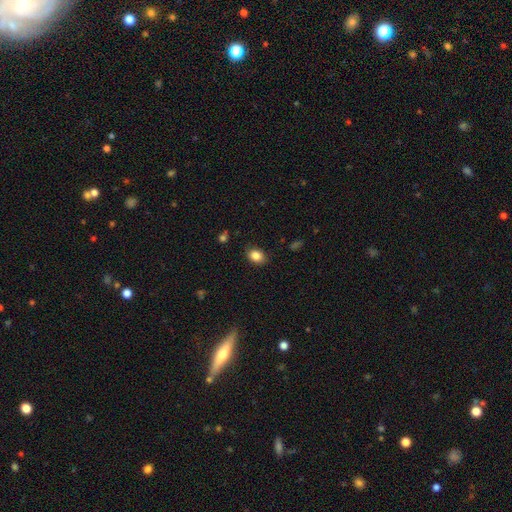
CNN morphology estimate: smooth 86%, star or artifact 9%, featured or disk 5%. Down the decision tree: how rounded — in between (67%); merging — none (85%).